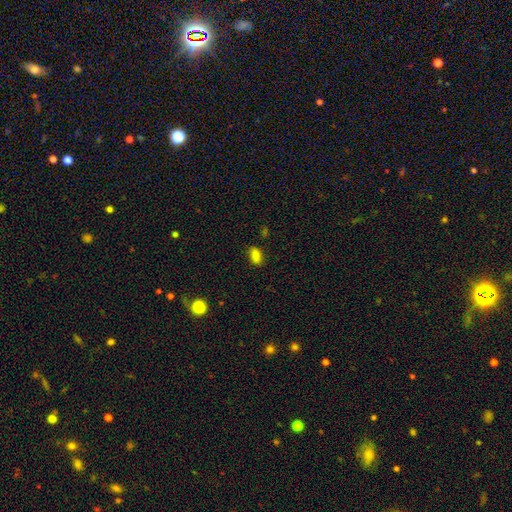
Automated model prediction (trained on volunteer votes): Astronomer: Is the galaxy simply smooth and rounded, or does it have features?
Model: smooth — 82%.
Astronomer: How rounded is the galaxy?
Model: in between — 88%.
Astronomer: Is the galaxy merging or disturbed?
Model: none — 79%.